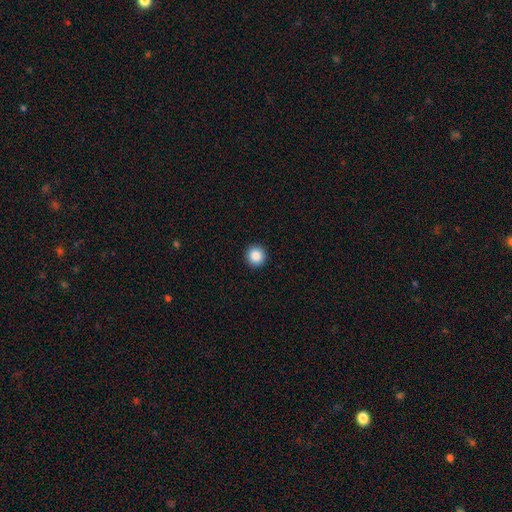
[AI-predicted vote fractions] smooth-or-featured: smooth: 87% | star or artifact: 9% | featured or disk: 4%
  how-rounded: round: 94% | in between: 5% | cigar-shaped: 1%
  merging: none: 93% | minor disturbance: 4% | major disturbance: 1% | merger: 1%